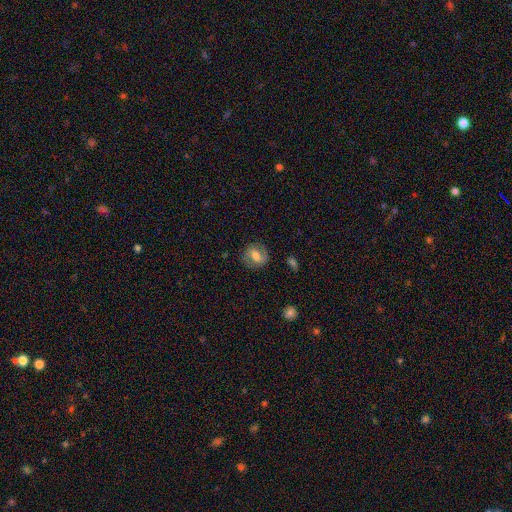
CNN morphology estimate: smooth_or_featured: smooth (p=0.48) [alt: featured or disk p=0.43]
merging: none (p=0.79) [alt: minor disturbance p=0.14]